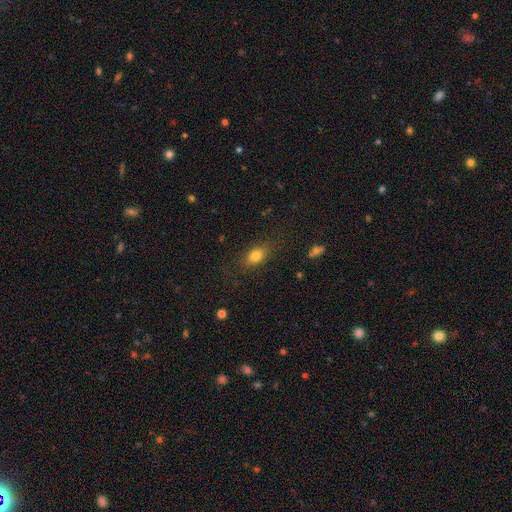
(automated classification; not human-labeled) This appears to be a smooth galaxy with no disk features (79%) that is in between round and cigar-shaped (78%). Merging: none (79%).